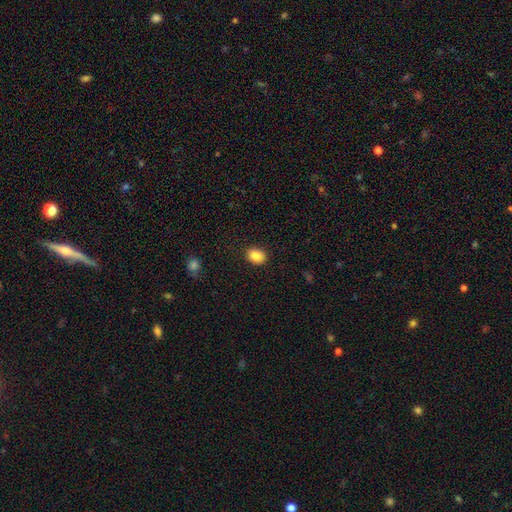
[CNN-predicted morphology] A smooth galaxy with no disk features (87%) that is in between round and cigar-shaped (58%). Merging: none (88%).